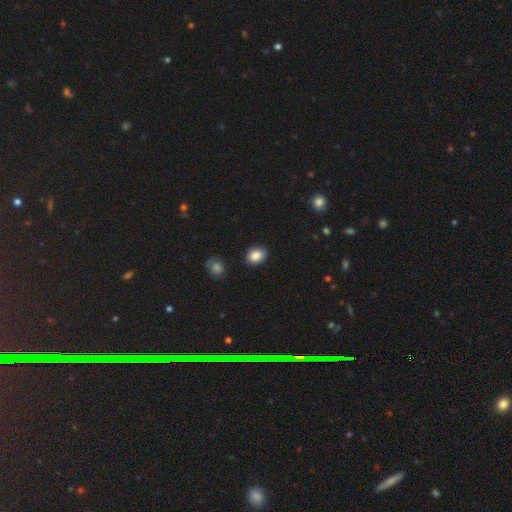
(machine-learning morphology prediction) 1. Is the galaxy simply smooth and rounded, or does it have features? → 87% smooth, 9% star or artifact, 5% featured or disk.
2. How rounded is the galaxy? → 59% in between, 40% round, 1% cigar-shaped.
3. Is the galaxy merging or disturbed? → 86% none, 10% minor disturbance, 2% major disturbance, 2% merger.